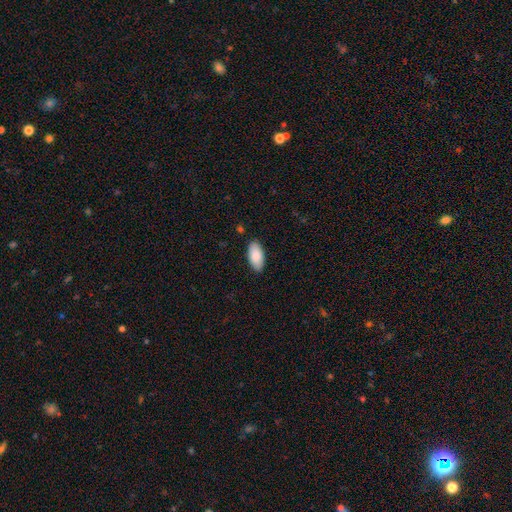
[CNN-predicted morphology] smooth-or-featured: smooth: 89% | star or artifact: 6% | featured or disk: 6%
  how-rounded: in between: 93% | cigar-shaped: 5% | round: 2%
  merging: none: 87% | minor disturbance: 10% | major disturbance: 2% | merger: 1%